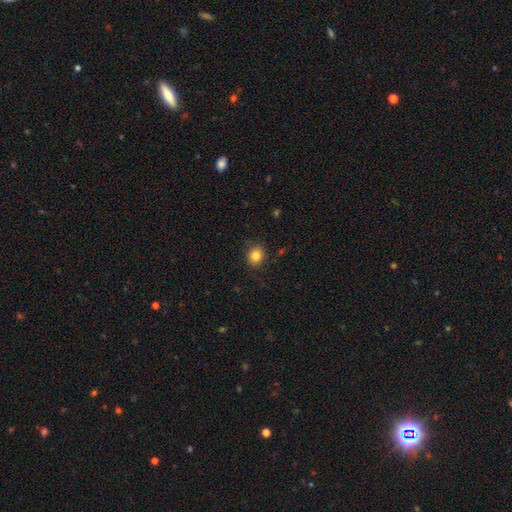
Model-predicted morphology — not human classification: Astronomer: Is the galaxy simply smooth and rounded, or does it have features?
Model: smooth — 83%.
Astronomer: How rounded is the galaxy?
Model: round — 81%.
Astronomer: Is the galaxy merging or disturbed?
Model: none — 86%.